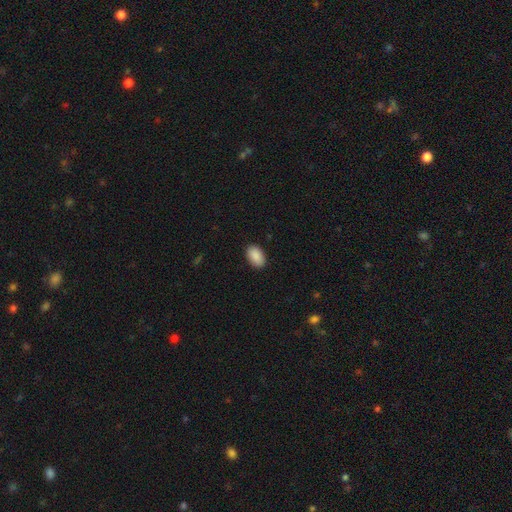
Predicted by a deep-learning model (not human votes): This appears to be a smooth galaxy with no disk features (90%) that is in between round and cigar-shaped (92%). Merging: none (89%).